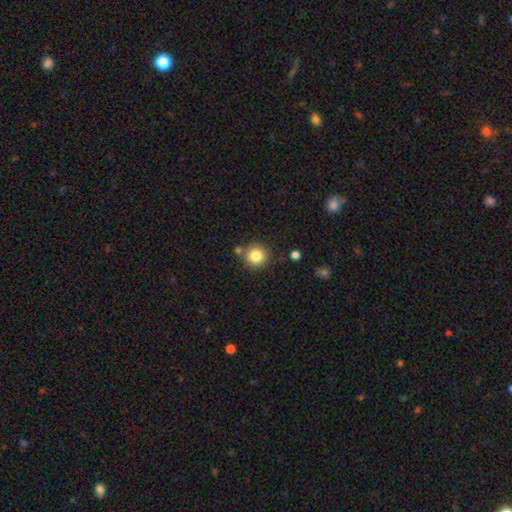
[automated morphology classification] Smooth or featured?
  - smooth: 82% *
  - star or artifact: 11%
  - featured or disk: 7%
How rounded?
  - round: 94% *
  - in between: 6%
  - cigar-shaped: 1%
Merging?
  - none: 80% *
  - merger: 9%
  - minor disturbance: 9%
  - major disturbance: 3%